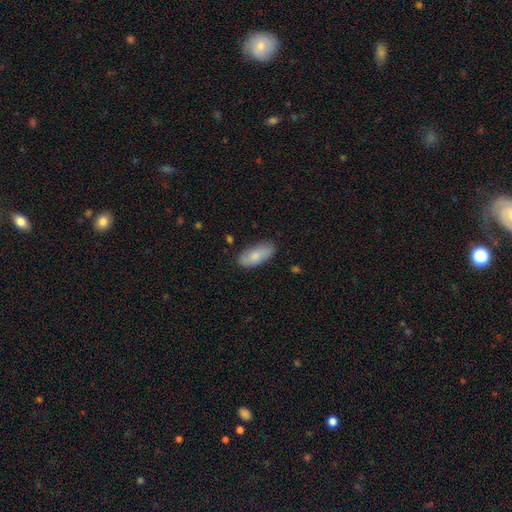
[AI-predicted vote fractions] Smooth or featured? Predicted: smooth (p=0.77). How rounded? Predicted: in between (p=0.88). Merging? Predicted: none (p=0.79).